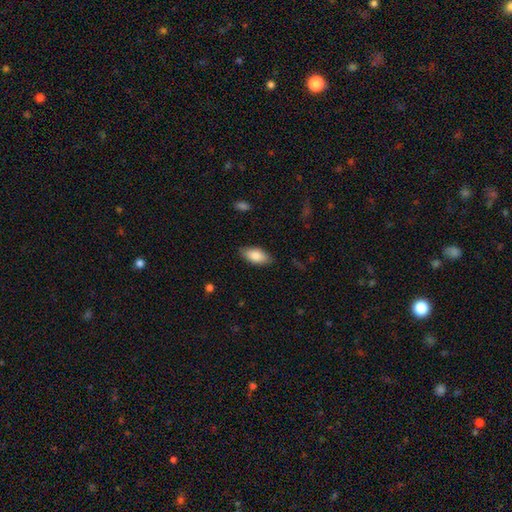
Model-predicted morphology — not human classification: Smooth or featured? smooth (85%)
How rounded? in between (91%)
Merging? none (84%)